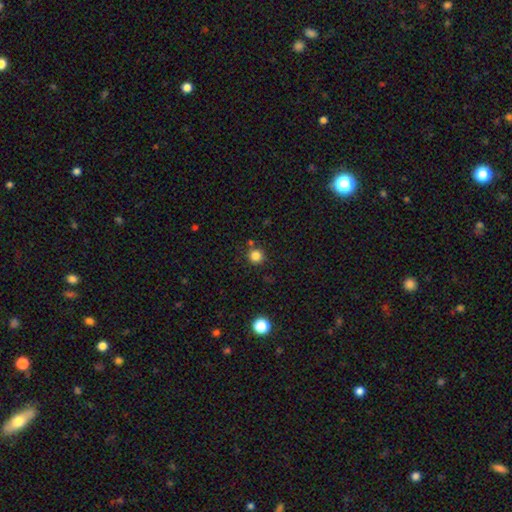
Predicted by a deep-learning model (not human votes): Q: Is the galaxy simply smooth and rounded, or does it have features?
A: smooth — 82%.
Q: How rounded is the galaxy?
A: round — 94%.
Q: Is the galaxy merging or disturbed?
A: none — 82%.